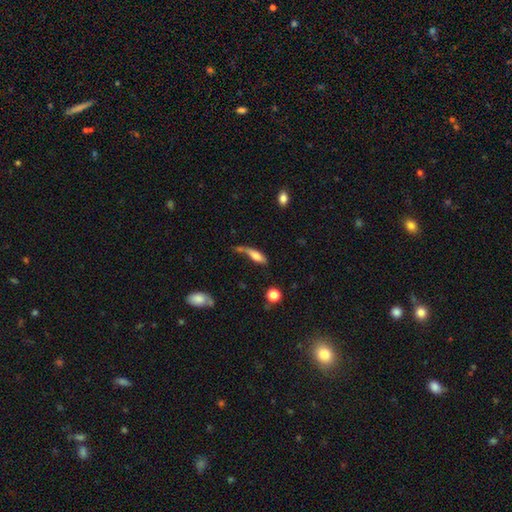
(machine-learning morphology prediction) smooth-or-featured: smooth: 70% | featured or disk: 22% | star or artifact: 8%
  how-rounded: in between: 49% | cigar-shaped: 48% | round: 3%
  merging: none: 38% | minor disturbance: 28% | merger: 17% | major disturbance: 17%